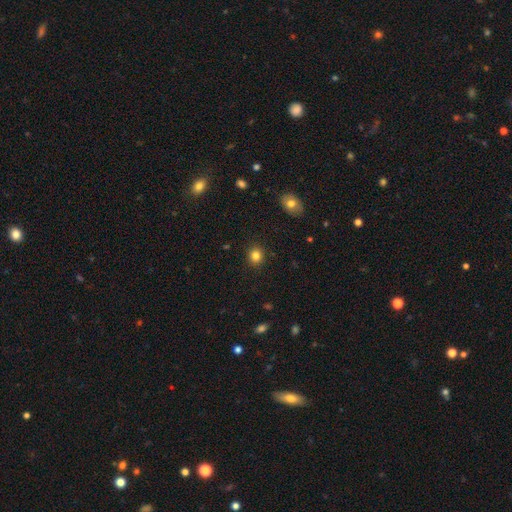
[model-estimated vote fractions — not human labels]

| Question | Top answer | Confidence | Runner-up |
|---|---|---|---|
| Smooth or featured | smooth | 83% | star or artifact (12%) |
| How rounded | round | 80% | in between (20%) |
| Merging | none | 91% | minor disturbance (6%) |